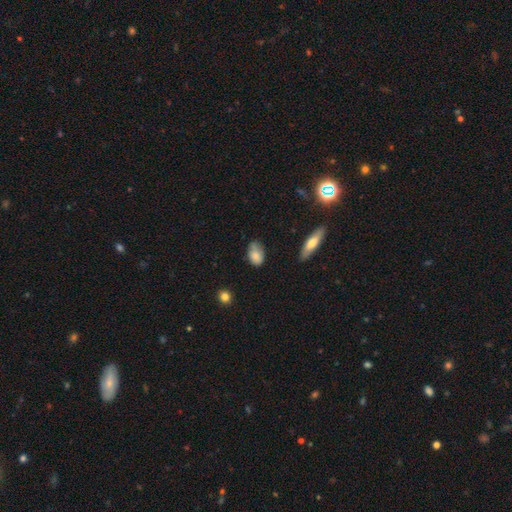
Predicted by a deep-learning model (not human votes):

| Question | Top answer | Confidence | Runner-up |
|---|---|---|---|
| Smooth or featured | smooth | 80% | featured or disk (13%) |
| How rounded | in between | 88% | round (9%) |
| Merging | none | 55% | minor disturbance (36%) |